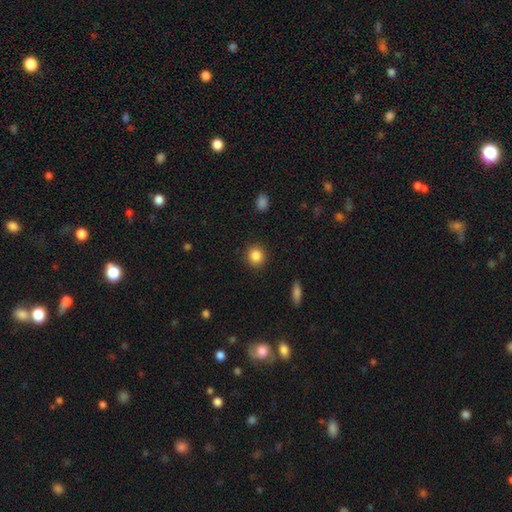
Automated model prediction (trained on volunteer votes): Smooth or featured?
  - smooth: 86% *
  - star or artifact: 10%
  - featured or disk: 5%
How rounded?
  - round: 87% *
  - in between: 12%
  - cigar-shaped: 1%
Merging?
  - none: 91% *
  - minor disturbance: 6%
  - major disturbance: 2%
  - merger: 1%